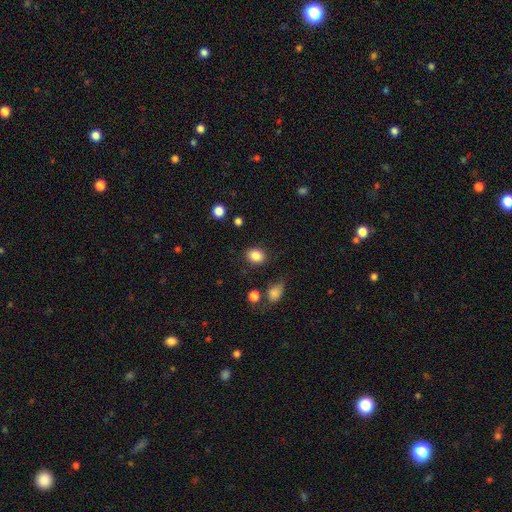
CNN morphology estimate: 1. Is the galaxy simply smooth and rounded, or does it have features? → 85% smooth, 10% star or artifact, 5% featured or disk.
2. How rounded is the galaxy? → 52% round, 47% in between, 1% cigar-shaped.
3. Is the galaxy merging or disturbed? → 84% none, 10% minor disturbance, 3% major disturbance, 2% merger.